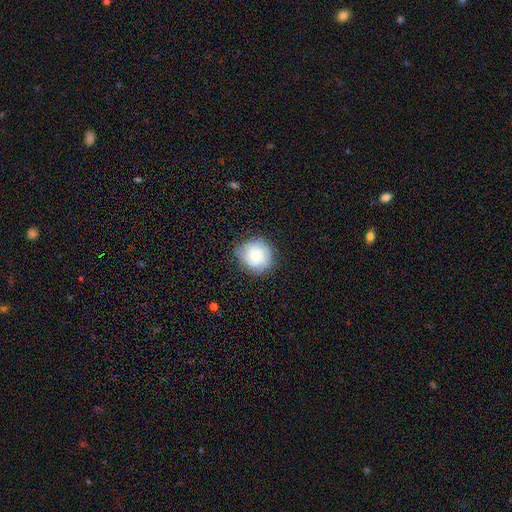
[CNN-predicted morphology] The model was most divided on "smooth or featured": smooth: 64%, featured or disk: 28%, star or artifact: 8%. More confident: how rounded — round (79%); merging — none (67%).